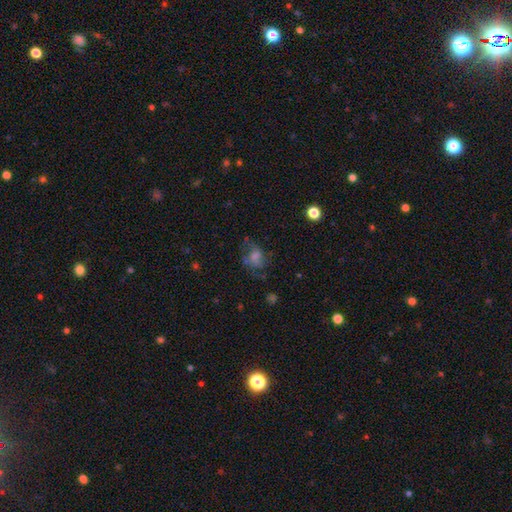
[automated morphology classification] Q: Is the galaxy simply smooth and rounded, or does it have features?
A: featured or disk — 41%.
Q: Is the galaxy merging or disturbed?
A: none — 54%.